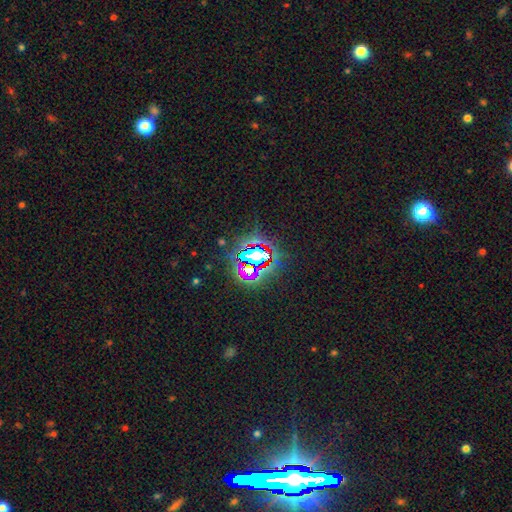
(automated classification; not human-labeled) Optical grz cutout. It shows a star or artifact, not a galaxy (69%).